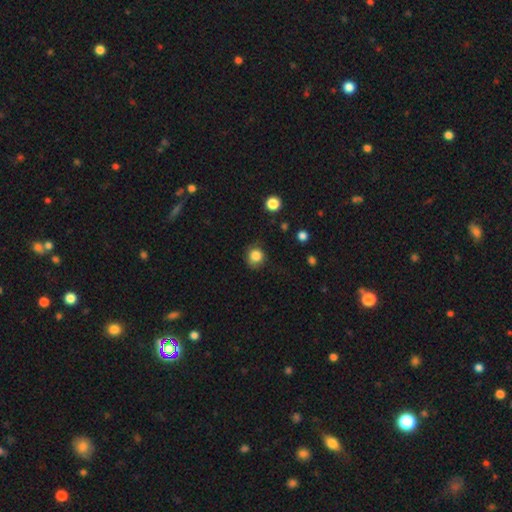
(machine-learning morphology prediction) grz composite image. It shows a smooth galaxy with no disk features (84%) that is round (84%). Merging: none (69%).